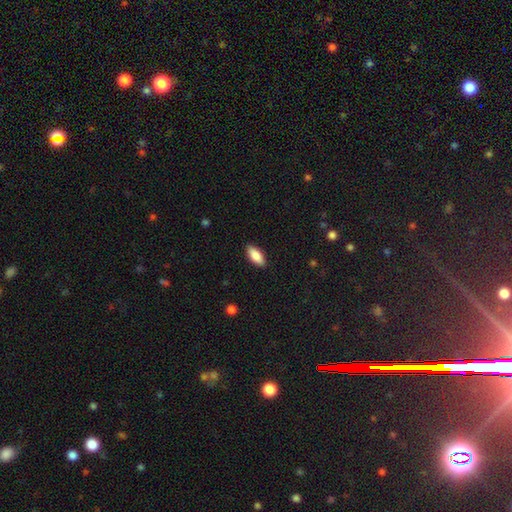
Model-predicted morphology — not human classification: A smooth galaxy with no disk features (86%) that is in between round and cigar-shaped (83%). Merging: none (89%).